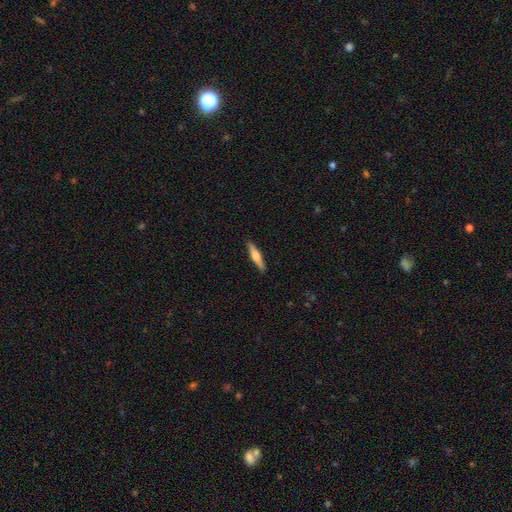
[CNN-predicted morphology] smooth-or-featured: featured or disk: 48% | smooth: 46% | star or artifact: 5%
  merging: none: 91% | minor disturbance: 7% | major disturbance: 1% | merger: 1%